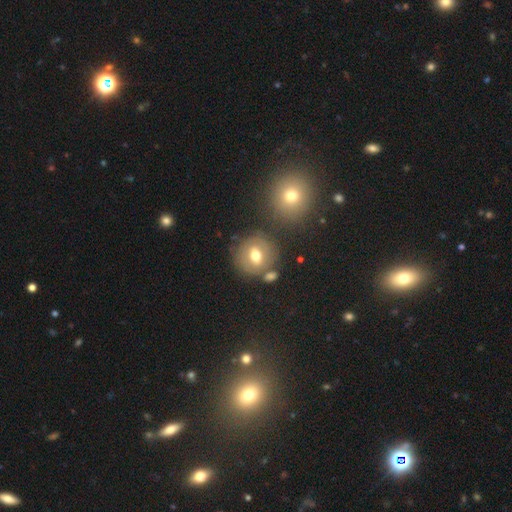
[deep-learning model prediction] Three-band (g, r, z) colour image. It shows a smooth galaxy with no disk features (62%) that is round (78%). Merging: none (71%).